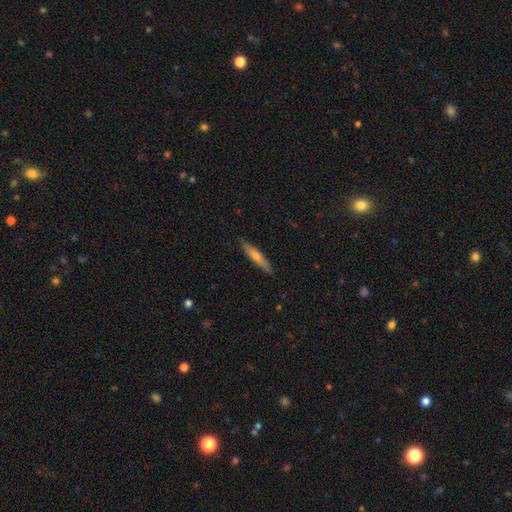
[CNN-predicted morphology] Smooth or featured? Predicted: smooth (p=0.48). Merging? Predicted: none (p=0.90).